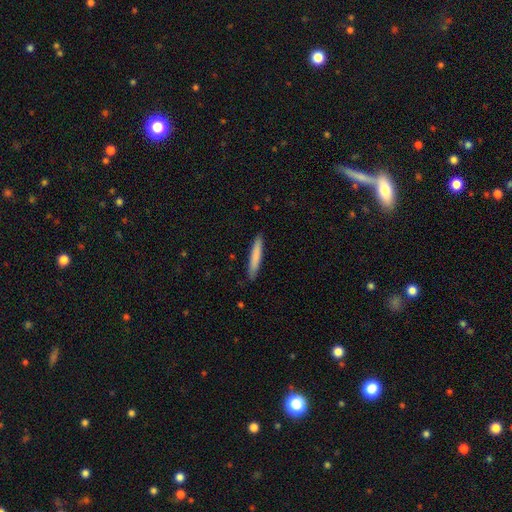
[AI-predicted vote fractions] Smooth or featured? smooth (79%)
How rounded? cigar-shaped (94%)
Merging? none (90%)